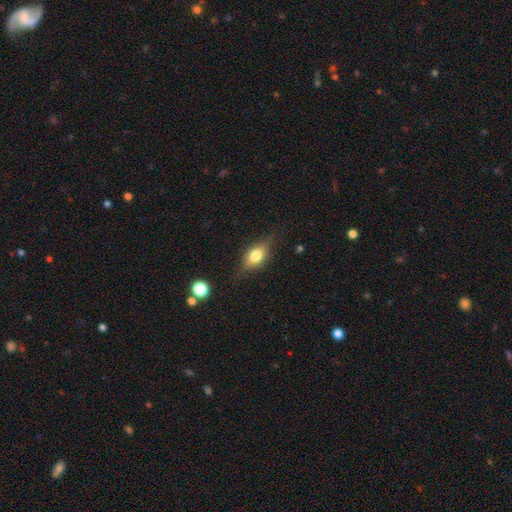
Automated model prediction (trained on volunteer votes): Smooth or featured: smooth — 60% (featured or disk — 31%)
How rounded: in between — 73% (round — 16%)
Merging: none — 76% (minor disturbance — 17%)